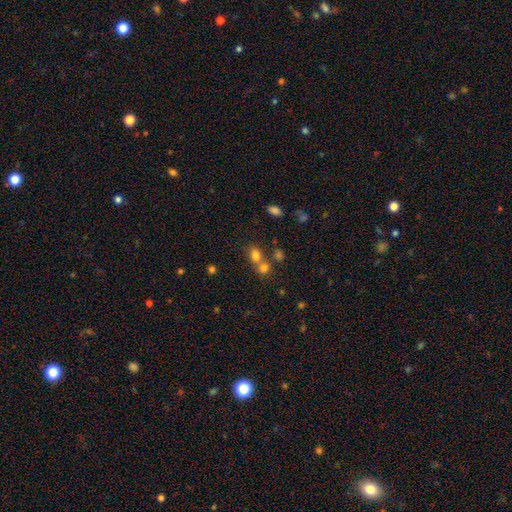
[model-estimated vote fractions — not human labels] A smooth galaxy with no disk features (75%) that is in between round and cigar-shaped (49%, tied with round). Merging: merger (46%).